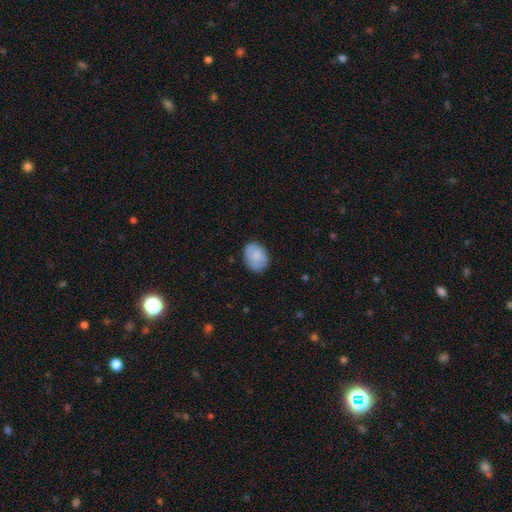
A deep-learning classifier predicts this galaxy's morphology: Smooth or featured: smooth — 82% (featured or disk — 12%)
How rounded: in between — 69% (round — 30%)
Merging: none — 79% (minor disturbance — 17%)